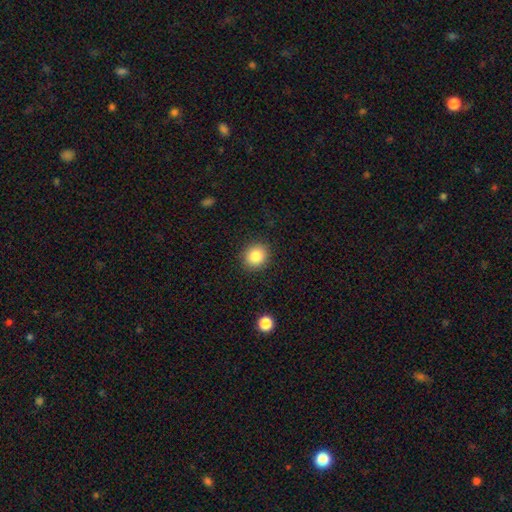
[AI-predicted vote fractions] A smooth galaxy with no disk features (84%) that is round (84%). Merging: none (90%).